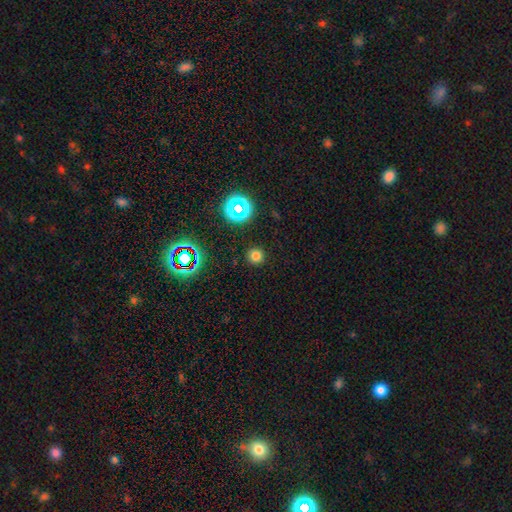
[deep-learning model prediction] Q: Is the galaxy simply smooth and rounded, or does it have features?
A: smooth — 73%.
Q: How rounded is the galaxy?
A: round — 94%.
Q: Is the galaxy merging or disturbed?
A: none — 90%.